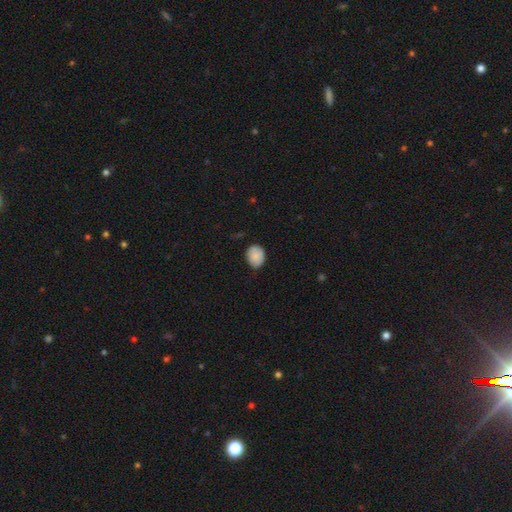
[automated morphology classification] The model was most divided on "how rounded": in between: 51%, round: 48%, cigar-shaped: 1%. More confident: smooth or featured — smooth (86%); merging — none (78%).